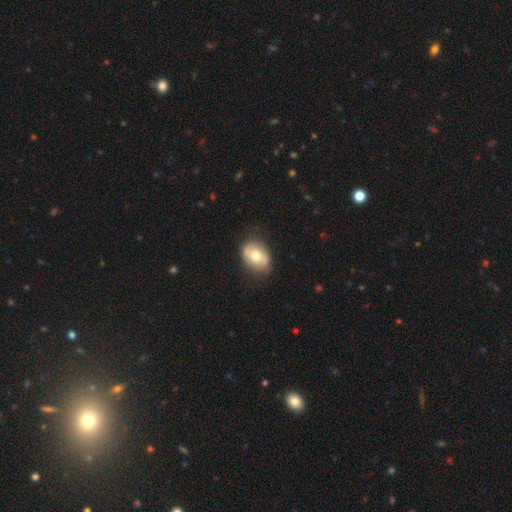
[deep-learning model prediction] smooth-or-featured: smooth: 63% | featured or disk: 31% | star or artifact: 7%
  how-rounded: in between: 74% | round: 24% | cigar-shaped: 1%
  merging: none: 78% | minor disturbance: 16% | major disturbance: 4% | merger: 1%